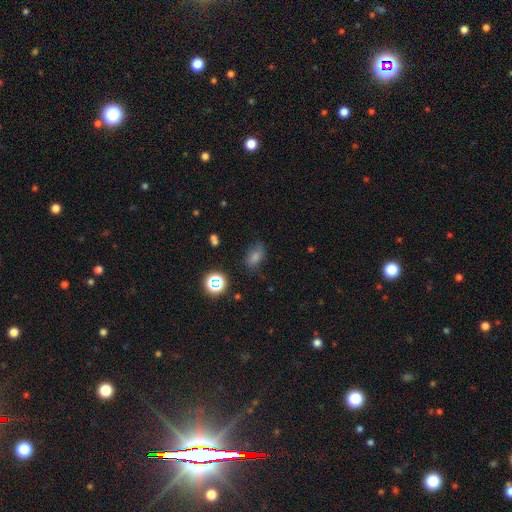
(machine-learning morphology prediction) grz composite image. It shows a smooth galaxy with no disk features (68%) that is in between round and cigar-shaped (78%). Merging: none (70%).